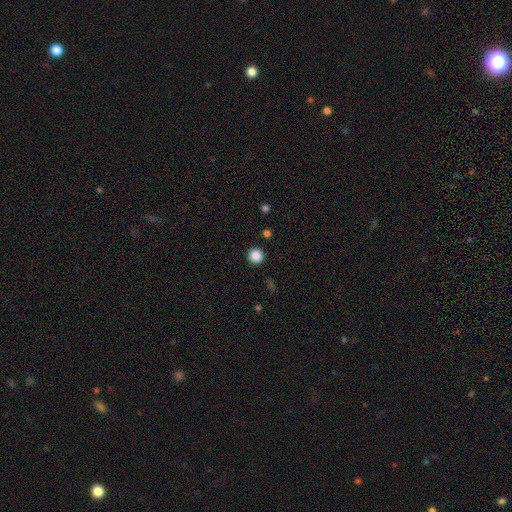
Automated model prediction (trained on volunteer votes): Smooth or featured? Predicted: smooth (p=0.87). How rounded? Predicted: round (p=0.96). Merging? Predicted: none (p=0.93).